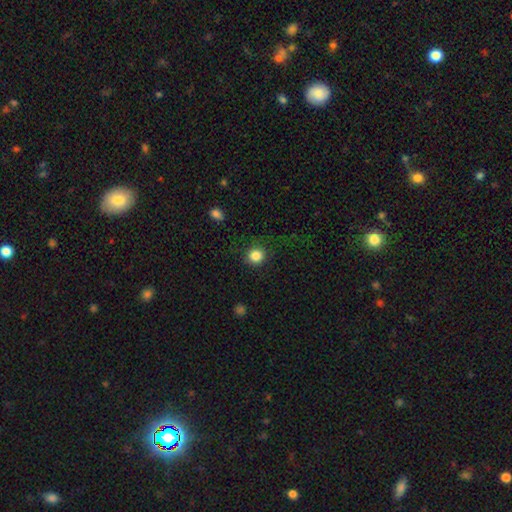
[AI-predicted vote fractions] smooth 85%, star or artifact 11%, featured or disk 4%. Down the decision tree: how rounded — round (89%); merging — none (87%).